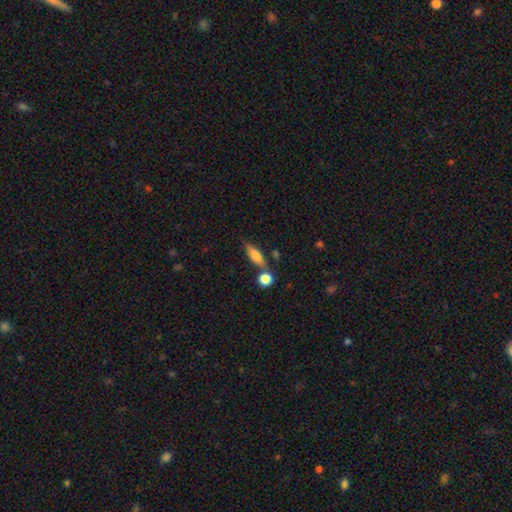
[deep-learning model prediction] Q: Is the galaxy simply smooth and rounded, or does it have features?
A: smooth — 64%.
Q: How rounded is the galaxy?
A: in between — 49%.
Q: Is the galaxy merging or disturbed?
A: none — 68%.